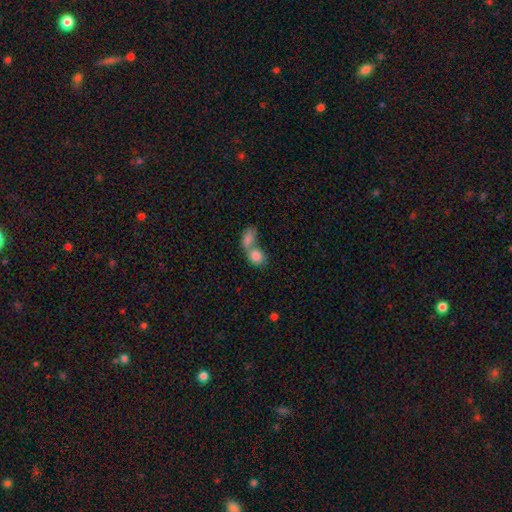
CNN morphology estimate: Smooth or featured? smooth (83%)
How rounded? in between (50%)
Merging? merger (67%)